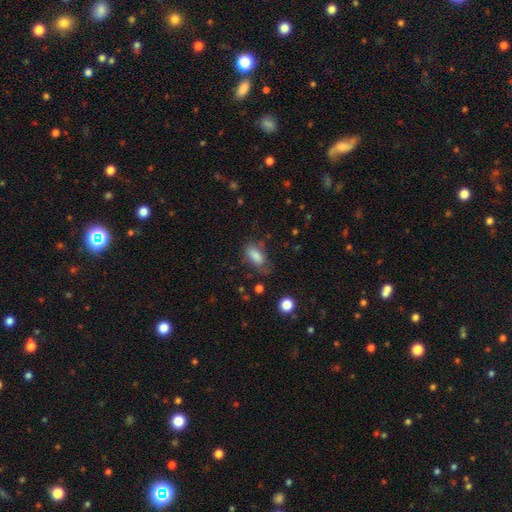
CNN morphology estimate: smooth 80%, featured or disk 12%, star or artifact 8%. Down the decision tree: how rounded — in between (87%); merging — none (53%).